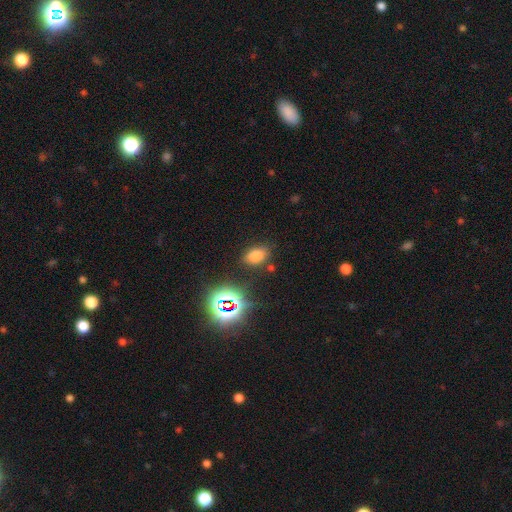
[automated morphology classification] A smooth galaxy with no disk features (71%) that is in between round and cigar-shaped (85%).

Vote fractions:
- Smooth or featured? smooth: 71% / star or artifact: 22% / featured or disk: 7%
- How rounded? in between: 85% / round: 13% / cigar-shaped: 2%
- Merging? none: 81% / minor disturbance: 11% / major disturbance: 4% / merger: 3%